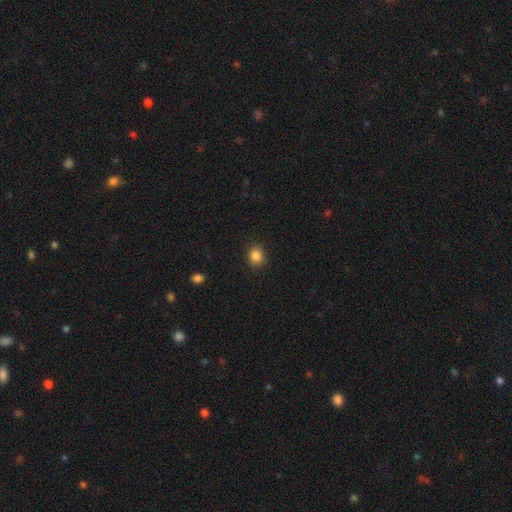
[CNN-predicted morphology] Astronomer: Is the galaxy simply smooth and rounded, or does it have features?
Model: smooth — 85%.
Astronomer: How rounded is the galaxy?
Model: round — 75%.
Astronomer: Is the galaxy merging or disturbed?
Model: none — 88%.